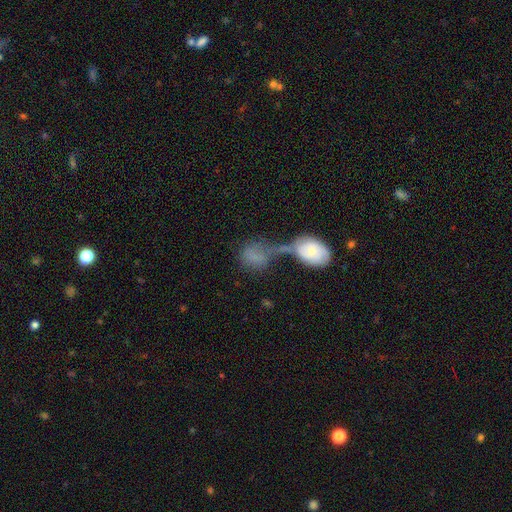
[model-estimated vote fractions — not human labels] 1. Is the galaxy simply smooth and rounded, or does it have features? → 61% smooth, 29% featured or disk, 10% star or artifact.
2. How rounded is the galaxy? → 56% in between, 40% round, 3% cigar-shaped.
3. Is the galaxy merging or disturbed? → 58% merger, 18% major disturbance, 15% none, 10% minor disturbance.